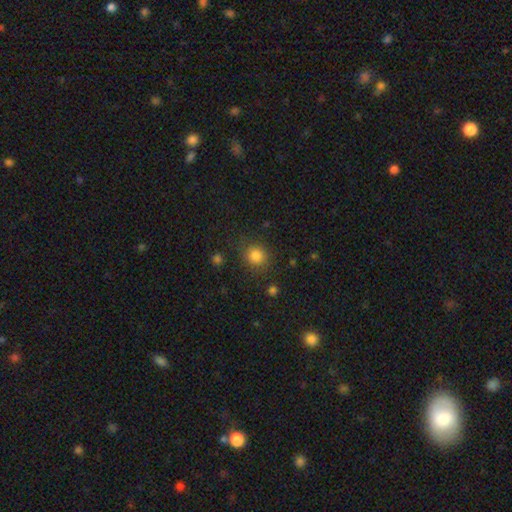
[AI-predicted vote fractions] Smooth or featured? Predicted: smooth (p=0.83). How rounded? Predicted: round (p=0.83). Merging? Predicted: none (p=0.83).